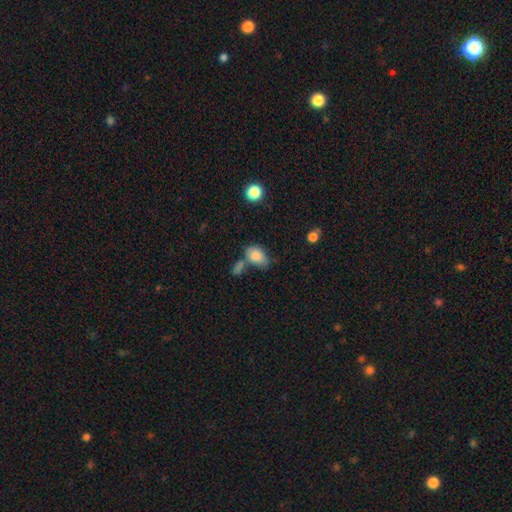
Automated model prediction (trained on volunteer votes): Morphology: type=smooth (81%); roundness=in between (84%); merging=none (42%).